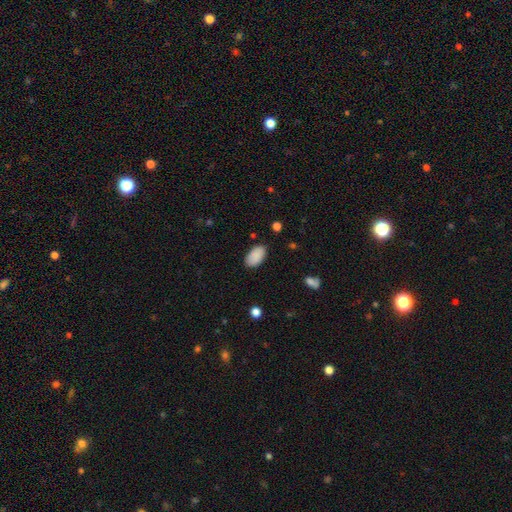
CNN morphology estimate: Overall: smooth (89%). How rounded: in between (95%). Merging: none (85%).